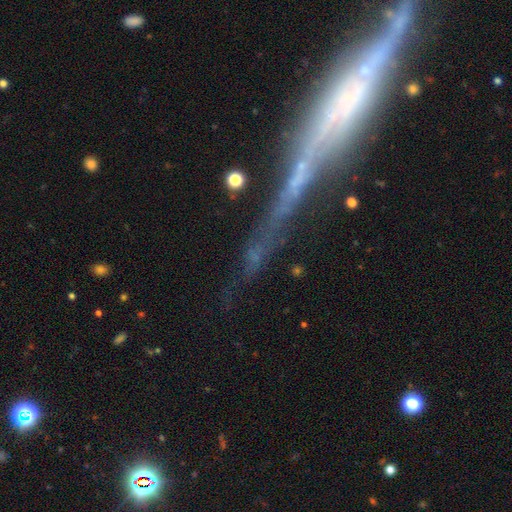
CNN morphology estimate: This appears to be a featured or disk galaxy (40%). Merging: none (48%).